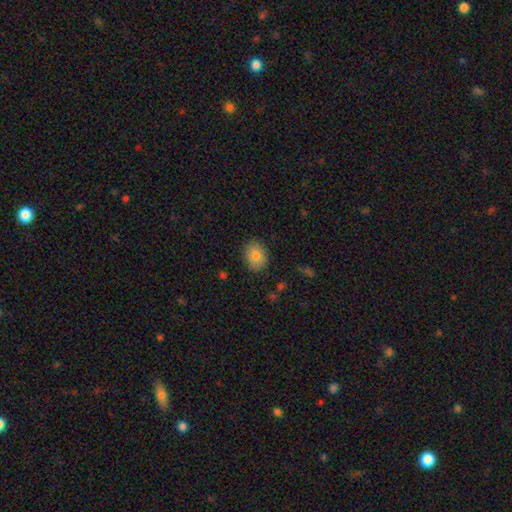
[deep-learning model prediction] Overall: smooth (83%). How rounded: in between (57%; round 42%). Merging: none (86%).